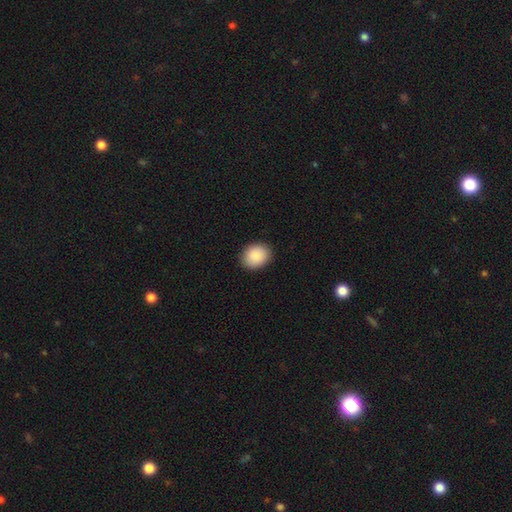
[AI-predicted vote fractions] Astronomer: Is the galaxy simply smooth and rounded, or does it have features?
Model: smooth — 89%.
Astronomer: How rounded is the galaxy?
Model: round — 50% (runner-up: in between, 49%).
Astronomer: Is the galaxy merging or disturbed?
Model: none — 89%.